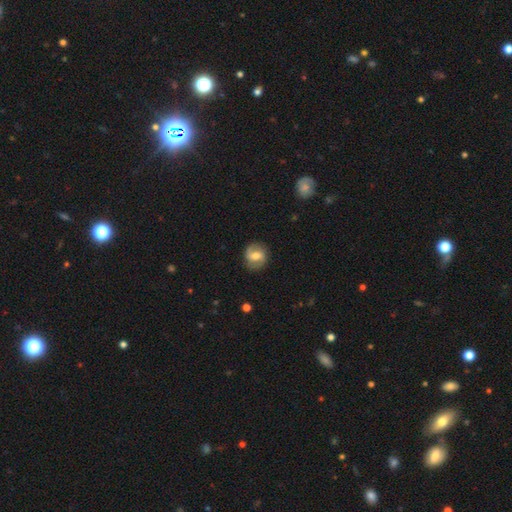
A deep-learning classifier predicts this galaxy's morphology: Smooth or featured? Predicted: featured or disk (p=0.59). Edge-on disk? Predicted: no (p=0.97). Bar? Predicted: weak (p=0.49). Spiral arms? Predicted: yes (p=0.83). Bulge size? Predicted: moderate (p=0.65). Merging? Predicted: none (p=0.83).